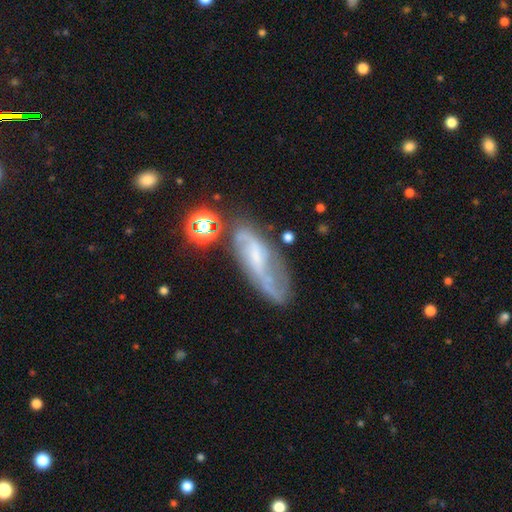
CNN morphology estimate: A featured or disk galaxy (69%) with a weak bar (44%), 2 (65%) loose (46%) spiral arms (87%) and a small central bulge (45%). Merging: none (53%).